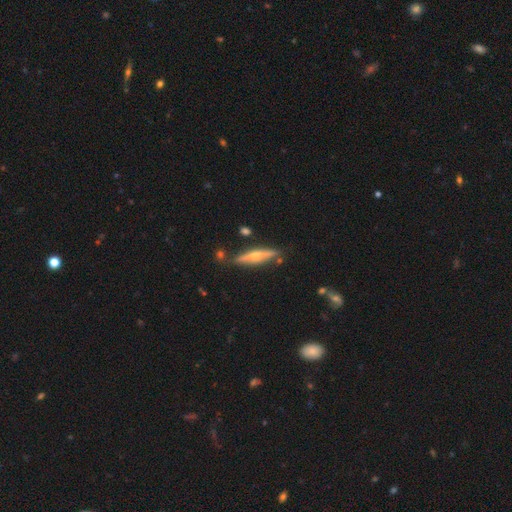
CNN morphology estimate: Smooth or featured: featured or disk — 69% (smooth — 25%)
Edge-on disk: yes — 95% (no — 5%)
Edge-on bulge: rounded — 90% (none — 7%)
Merging: none — 82% (minor disturbance — 12%)